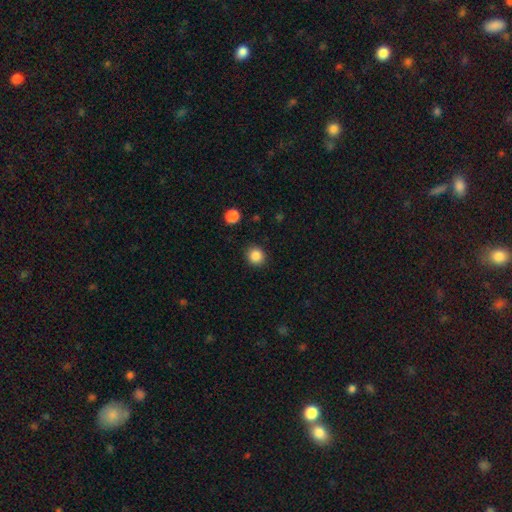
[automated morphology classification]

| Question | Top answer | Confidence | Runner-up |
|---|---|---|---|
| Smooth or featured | smooth | 86% | star or artifact (10%) |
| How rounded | round | 89% | in between (10%) |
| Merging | none | 90% | minor disturbance (6%) |